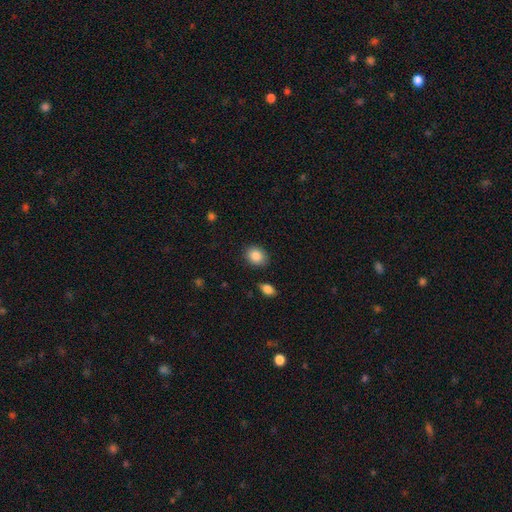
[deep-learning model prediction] Morphology: type=smooth (87%); roundness=in between (50%); merging=none (86%).